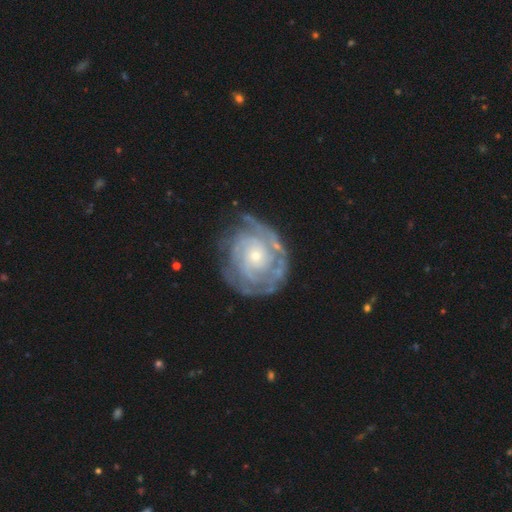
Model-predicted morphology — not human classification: featured or disk 87%, smooth 8%, star or artifact 5%. Down the decision tree: edge-on disk — no (97%); bar — no (80%); spiral arms — yes (95%); spiral arm count — can't tell (33%); spiral winding — tight (78%); bulge size — small (74%); merging — none (72%).